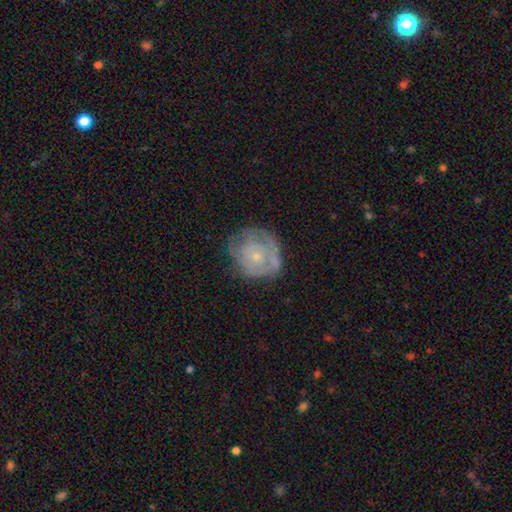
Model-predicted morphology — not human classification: smooth_or_featured: featured or disk (p=0.61) [alt: smooth p=0.32]
disk_edge_on: no (p=0.97) [alt: yes p=0.03]
bar: no (p=0.84) [alt: weak p=0.13]
has_spiral_arms: yes (p=0.62) [alt: no p=0.38]
bulge_size: small (p=0.65) [alt: moderate p=0.28]
merging: none (p=0.57) [alt: minor disturbance p=0.27]